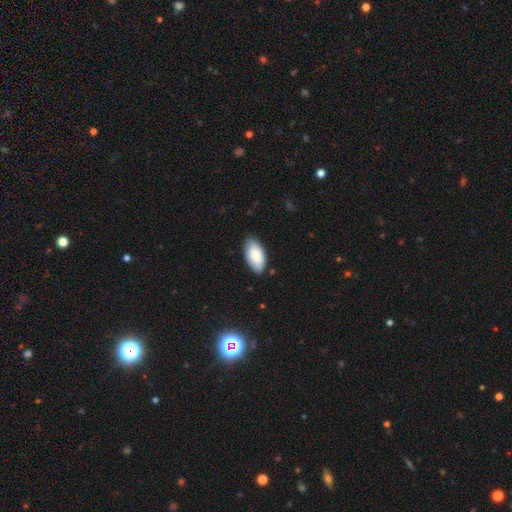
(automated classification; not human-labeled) A smooth galaxy with no disk features (85%) that is in between round and cigar-shaped (95%).

Vote fractions:
- Smooth or featured? smooth: 85% / featured or disk: 9% / star or artifact: 6%
- How rounded? in between: 95% / cigar-shaped: 4% / round: 2%
- Merging? none: 80% / minor disturbance: 16% / major disturbance: 2% / merger: 1%